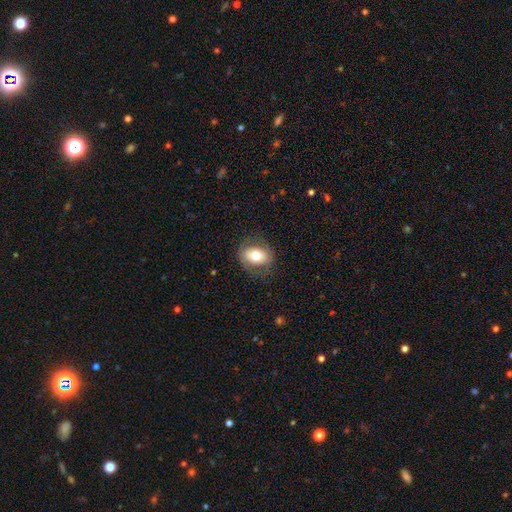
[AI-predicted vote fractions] Smooth or featured? smooth (69%)
How rounded? in between (60%)
Merging? none (79%)